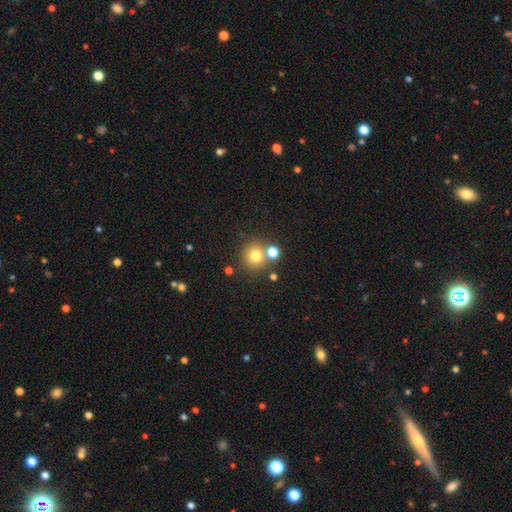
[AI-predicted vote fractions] Overall: smooth (76%). How rounded: round (92%). Merging: none (70%).